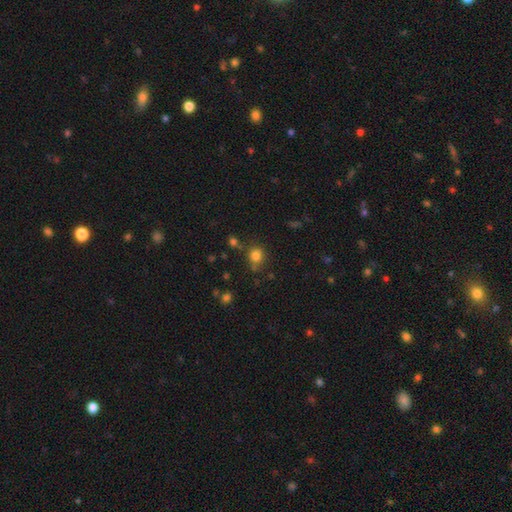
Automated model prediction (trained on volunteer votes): This appears to be a smooth galaxy with no disk features (79%) that is round (83%). Merging: none (70%).